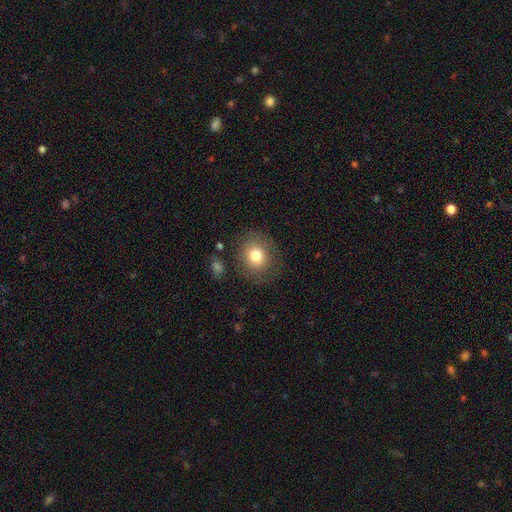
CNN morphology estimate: This is likely a smooth galaxy (78%). How rounded: likely round (75%). Merging: likely none (79%).